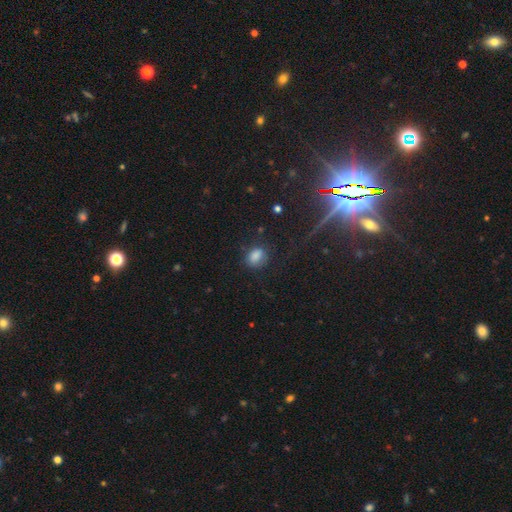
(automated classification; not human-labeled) Smooth or featured? Predicted: smooth (p=0.81). How rounded? Predicted: in between (p=0.63). Merging? Predicted: none (p=0.70).